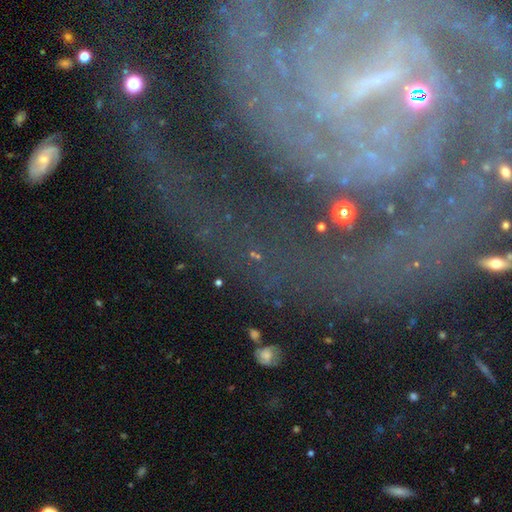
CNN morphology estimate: star or artifact 59%, smooth 22%, featured or disk 19%.